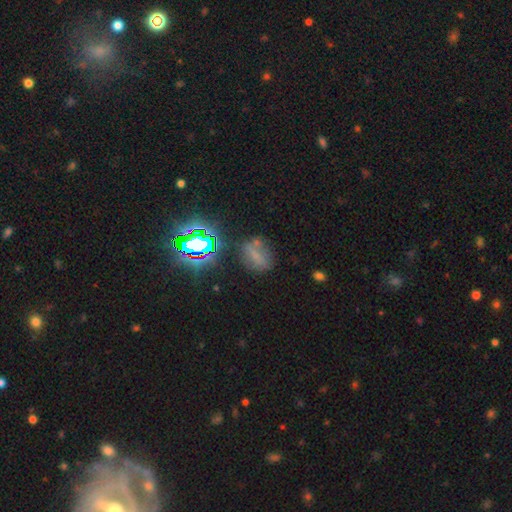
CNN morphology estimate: smooth_or_featured: smooth (p=0.46) [alt: star or artifact p=0.33]
merging: none (p=0.63) [alt: minor disturbance p=0.20]